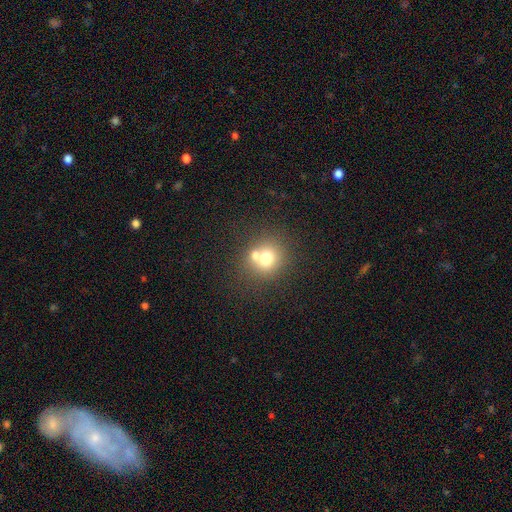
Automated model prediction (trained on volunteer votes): Smooth or featured? smooth (69%)
How rounded? round (83%)
Merging? none (46%)